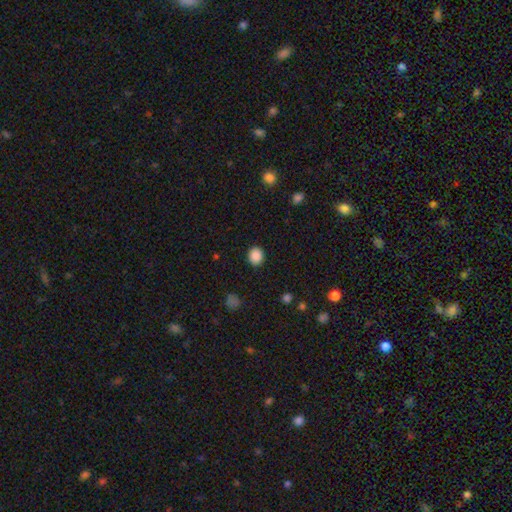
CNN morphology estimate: A smooth galaxy with no disk features (88%) that is round (70%).

Vote fractions:
- Smooth or featured? smooth: 88% / star or artifact: 9% / featured or disk: 3%
- How rounded? round: 70% / in between: 29% / cigar-shaped: 1%
- Merging? none: 89% / minor disturbance: 7% / major disturbance: 2% / merger: 1%